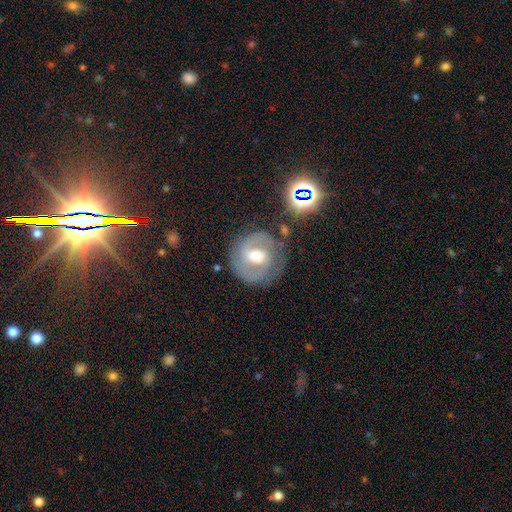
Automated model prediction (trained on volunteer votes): Morphology: type=featured or disk (76%); edge-on=no (97%); bar=weak (50%); spiral arms=yes (88%); winding=tight (53%); arm count=2 (74%); bulge=moderate (72%); merging=none (76%).